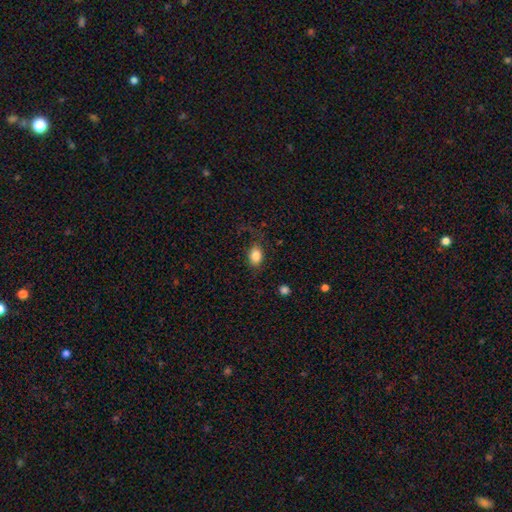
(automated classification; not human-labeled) Overall: smooth (85%). How rounded: in between (79%). Merging: none (74%).